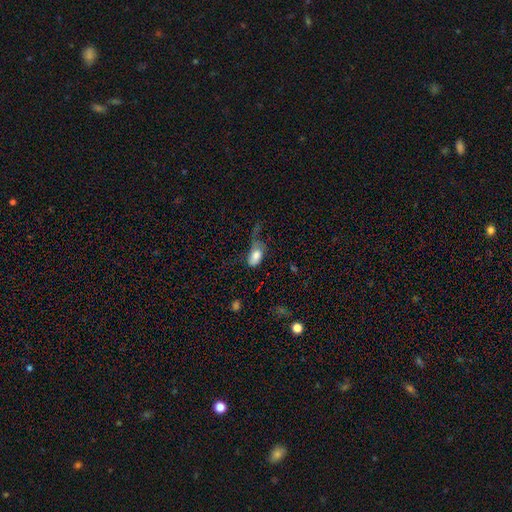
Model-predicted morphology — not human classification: A smooth galaxy with no disk features (75%) that is in between round and cigar-shaped (90%). Merging: major disturbance (50%).